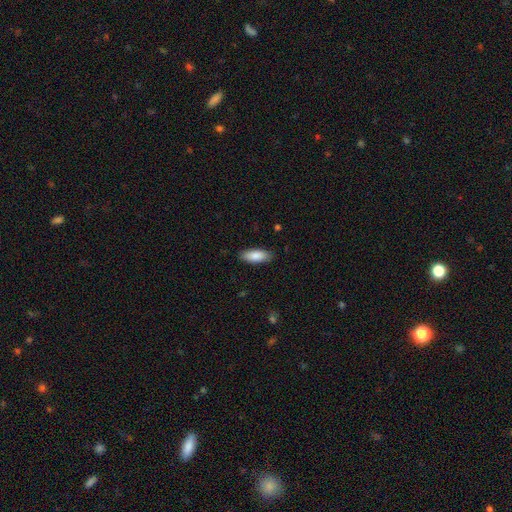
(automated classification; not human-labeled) The model was most divided on "how rounded": in between: 77%, cigar-shaped: 21%, round: 2%. More confident: merging — none (87%); smooth or featured — smooth (87%).